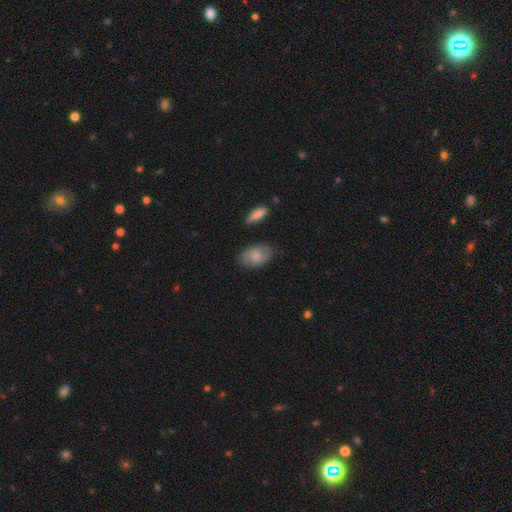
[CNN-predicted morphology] smooth 73%, featured or disk 21%, star or artifact 6%. Down the decision tree: how rounded — in between (88%); merging — none (76%).